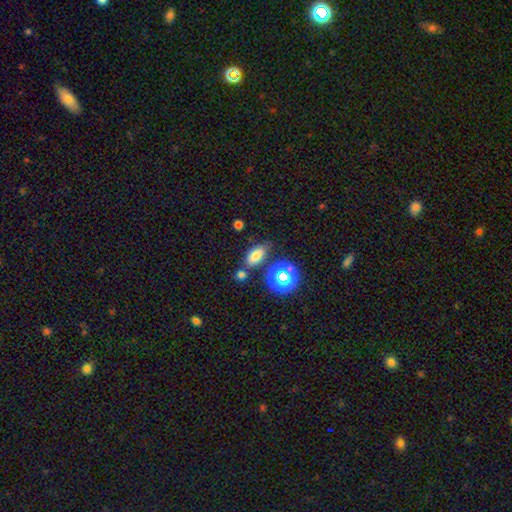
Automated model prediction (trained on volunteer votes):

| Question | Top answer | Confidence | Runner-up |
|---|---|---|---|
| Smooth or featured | smooth | 72% | star or artifact (19%) |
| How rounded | in between | 84% | round (10%) |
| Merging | none | 72% | minor disturbance (14%) |